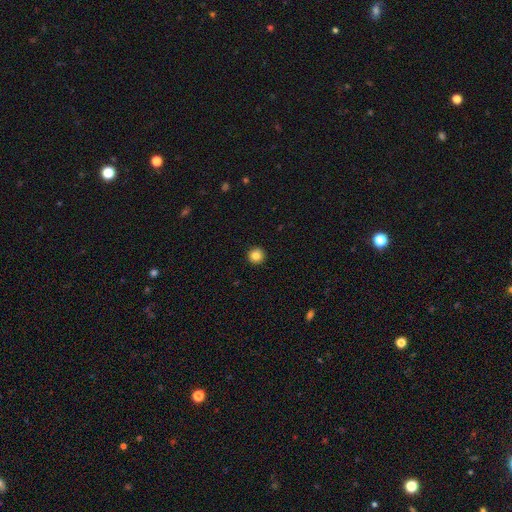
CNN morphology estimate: Q: Smooth or featured?
A: smooth (84%); runner-up: star or artifact (10%)
Q: How rounded?
A: round (96%); runner-up: in between (3%)
Q: Merging?
A: none (93%); runner-up: minor disturbance (4%)